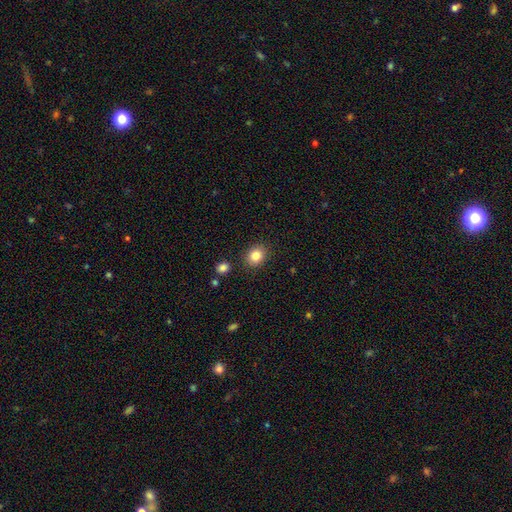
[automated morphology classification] Smooth or featured? smooth (84%)
How rounded? round (64%)
Merging? none (87%)